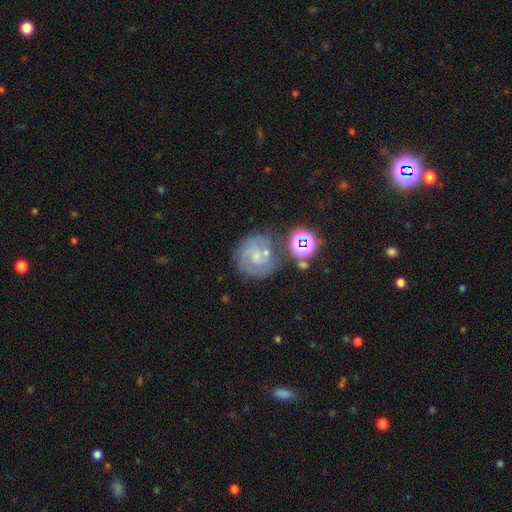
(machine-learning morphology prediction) Smooth or featured: featured or disk — 57% (smooth — 30%)
Edge-on disk: no — 98% (yes — 2%)
Bar: no — 54% (weak — 38%)
Spiral arms: yes — 81% (no — 19%)
Bulge size: small — 48% (moderate — 30%)
Merging: none — 60% (merger — 16%)